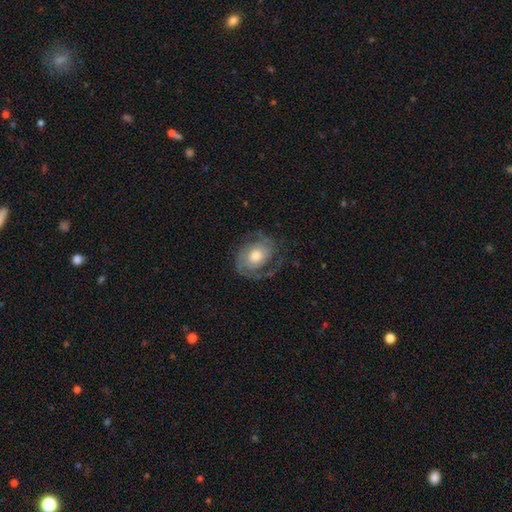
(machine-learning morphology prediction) A featured or disk galaxy (81%) with no bar (72%), 2 (80%) medium (43%) spiral arms (94%) and a moderate central bulge (63%).

Vote fractions:
- Smooth or featured? featured or disk: 81% / smooth: 13% / star or artifact: 6%
- Edge-on disk? no: 97% / yes: 3%
- Bar? no: 72% / weak: 23% / strong: 5%
- Spiral arms? yes: 94% / no: 6%
- Spiral winding? medium: 43% / tight: 40% / loose: 17%
- Spiral arm count? 2: 80% / can't tell: 8% / 1: 5% / 3: 4% / 4: 2% / more than 4: 2%
- Bulge size? moderate: 63% / large: 20% / small: 12% / dominant: 2% / none: 2%
- Merging? none: 68% / minor disturbance: 17% / major disturbance: 13% / merger: 1%